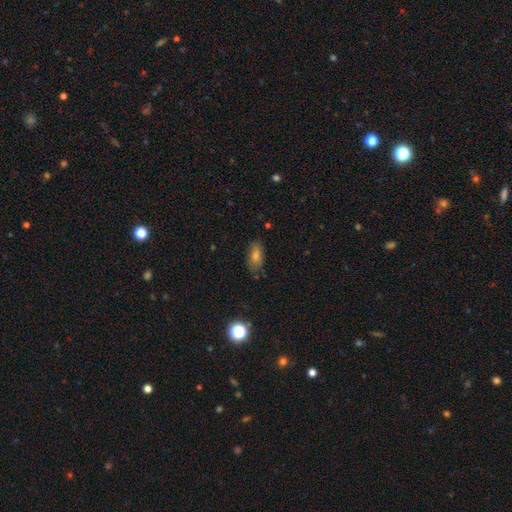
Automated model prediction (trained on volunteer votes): smooth 64%, star or artifact 18%, featured or disk 17%. Down the decision tree: how rounded — in between (80%); merging — none (75%).